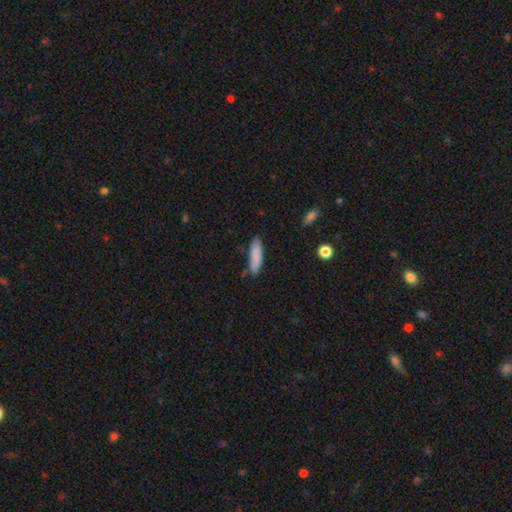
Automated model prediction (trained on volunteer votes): Smooth or featured? smooth (85%)
How rounded? cigar-shaped (67%)
Merging? none (73%)